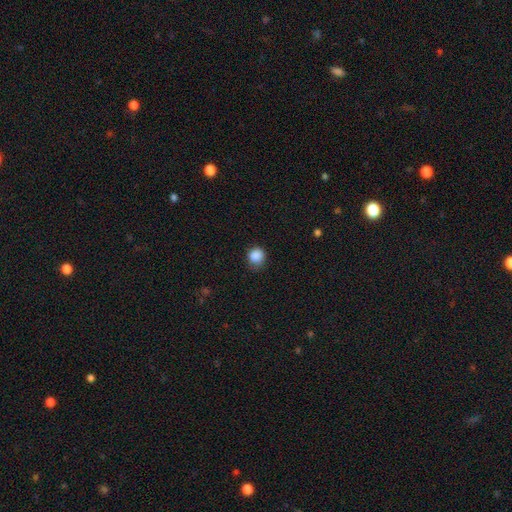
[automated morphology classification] A smooth galaxy with no disk features (87%) that is round (85%).

Vote fractions:
- Smooth or featured? smooth: 87% / star or artifact: 10% / featured or disk: 3%
- How rounded? round: 85% / in between: 14% / cigar-shaped: 1%
- Merging? none: 71% / minor disturbance: 23% / major disturbance: 5% / merger: 1%